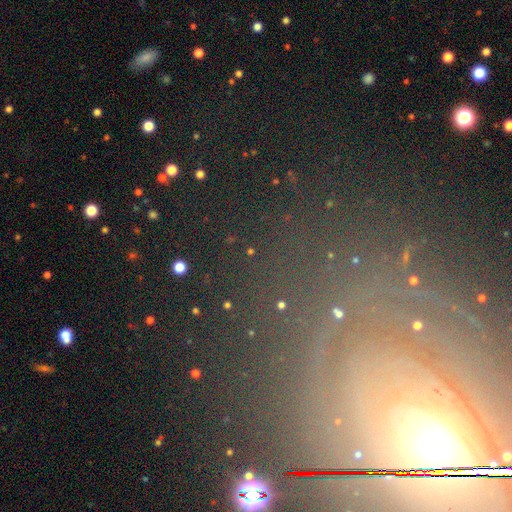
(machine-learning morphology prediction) A star or artifact, not a galaxy (46%).

Vote fractions:
- Smooth or featured? star or artifact: 46% / featured or disk: 31% / smooth: 23%